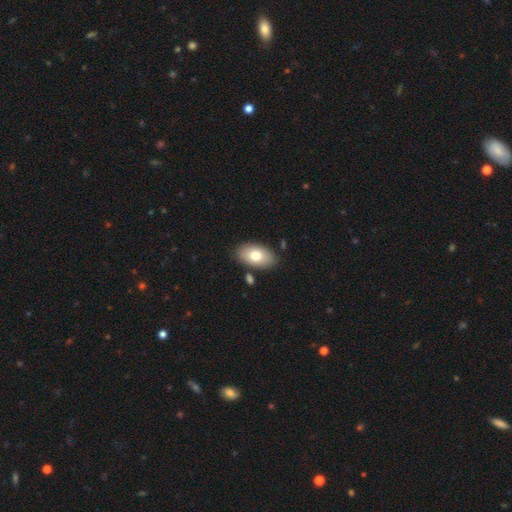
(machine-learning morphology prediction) The model was most divided on "smooth or featured": smooth: 75%, featured or disk: 19%, star or artifact: 7%. More confident: how rounded — in between (93%); merging — none (82%).